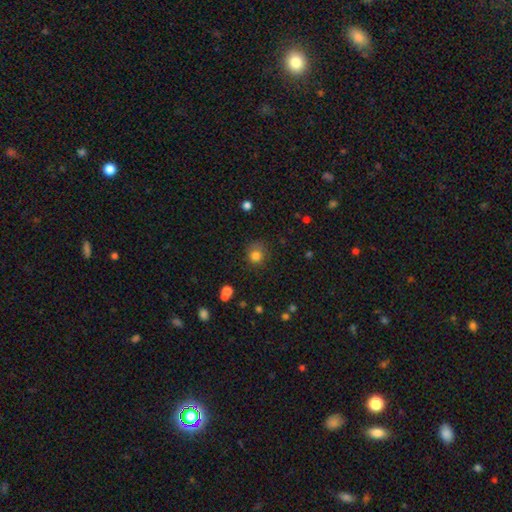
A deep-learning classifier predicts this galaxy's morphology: smooth_or_featured: smooth (p=0.81) [alt: star or artifact p=0.13]
how_rounded: round (p=0.85) [alt: in between p=0.14]
merging: none (p=0.71) [alt: minor disturbance p=0.19]